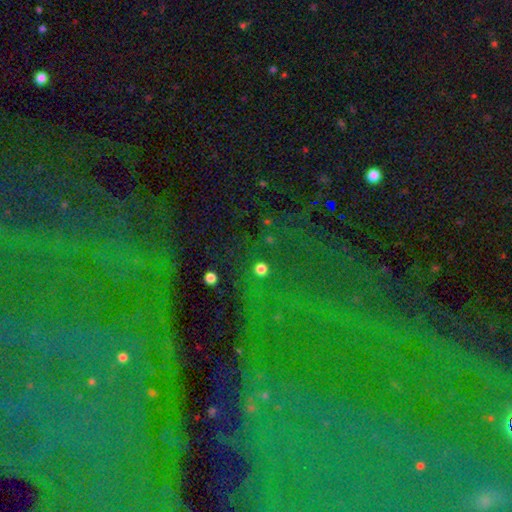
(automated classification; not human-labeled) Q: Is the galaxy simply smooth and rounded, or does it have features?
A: star or artifact — 80%.